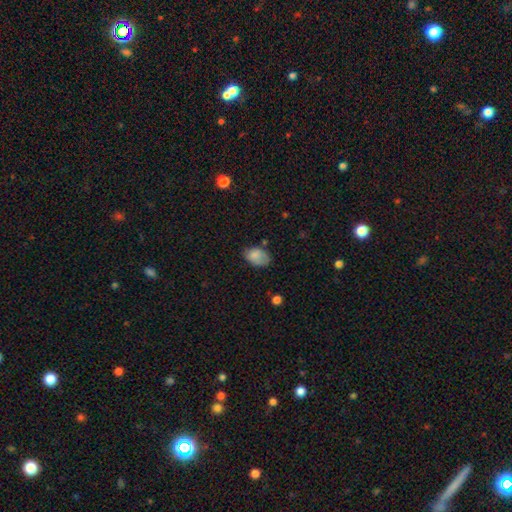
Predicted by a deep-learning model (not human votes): The model was most divided on "merging": none: 57%, minor disturbance: 30%, major disturbance: 9%, merger: 3%. More confident: how rounded — in between (84%); smooth or featured — smooth (82%).